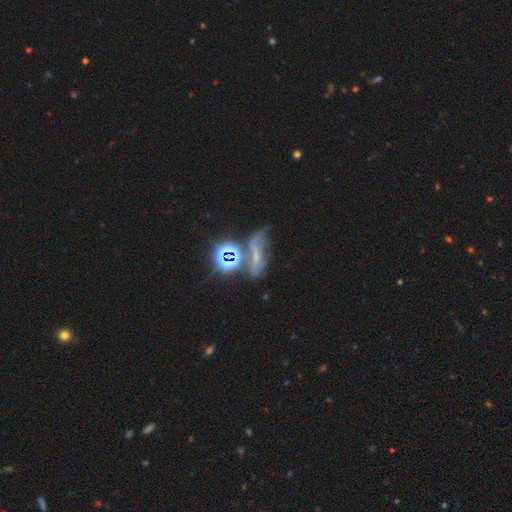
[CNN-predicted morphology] The model was most divided on "smooth or featured" (2-way tie): star or artifact: 38%, featured or disk: 38%, smooth: 24%.